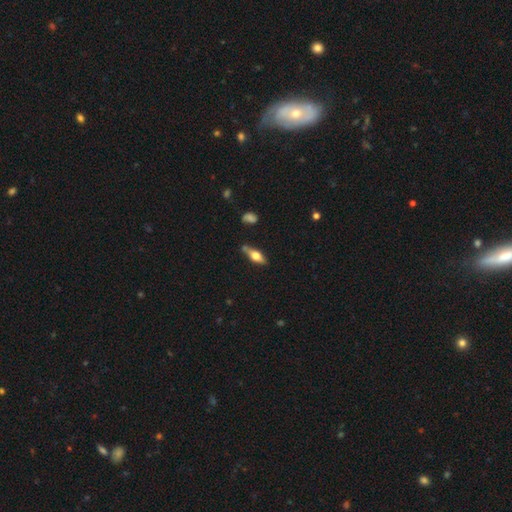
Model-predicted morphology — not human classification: The model was most divided on "smooth or featured": featured or disk: 50%, smooth: 43%, star or artifact: 7%. More confident: edge-on disk — yes (90%); merging — none (76%).